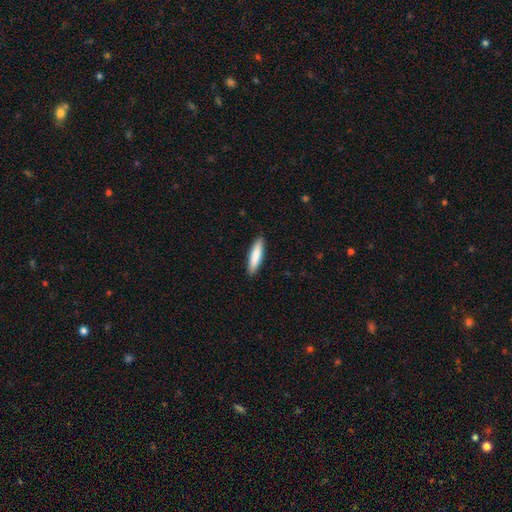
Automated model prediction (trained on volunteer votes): Smooth or featured? Predicted: smooth (p=0.81). How rounded? Predicted: cigar-shaped (p=0.77). Merging? Predicted: none (p=0.90).